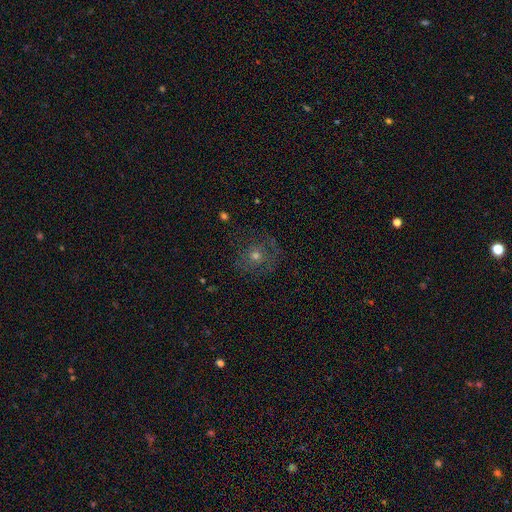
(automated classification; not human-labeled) This appears to be a featured or disk galaxy (41%). Merging: none (73%).